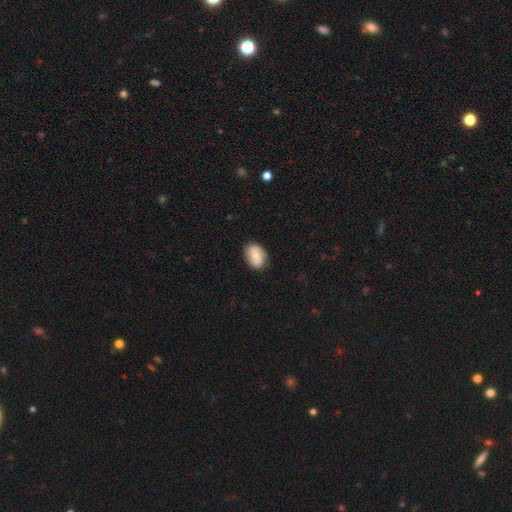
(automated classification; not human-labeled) This is possibly a smooth galaxy (53%). How rounded: likely in between (77%). Merging: clearly none (83%).